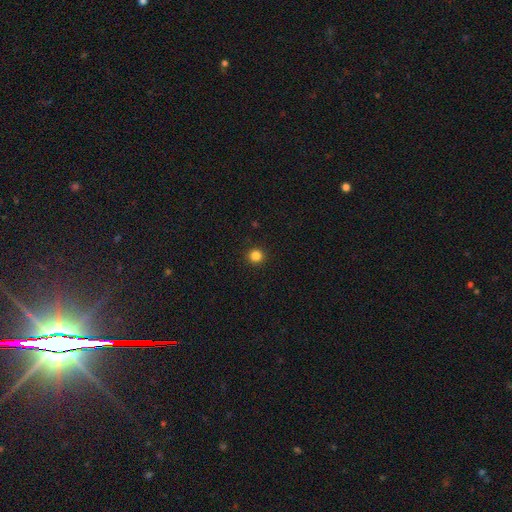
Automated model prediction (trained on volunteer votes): Overall: smooth (84%). How rounded: round (95%). Merging: none (93%).